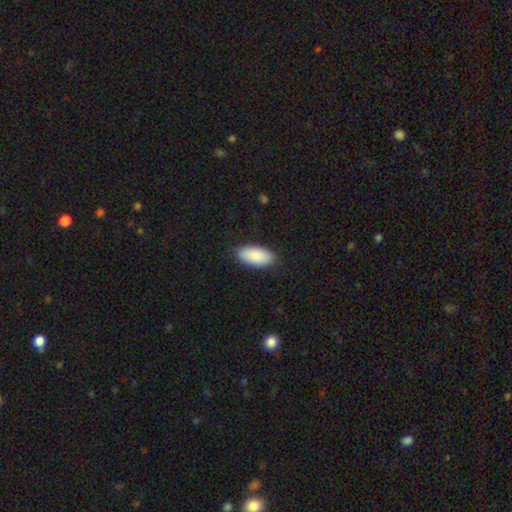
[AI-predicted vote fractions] smooth-or-featured: smooth: 89% | star or artifact: 6% | featured or disk: 6%
  how-rounded: in between: 92% | cigar-shaped: 6% | round: 2%
  merging: none: 86% | minor disturbance: 11% | major disturbance: 2% | merger: 1%